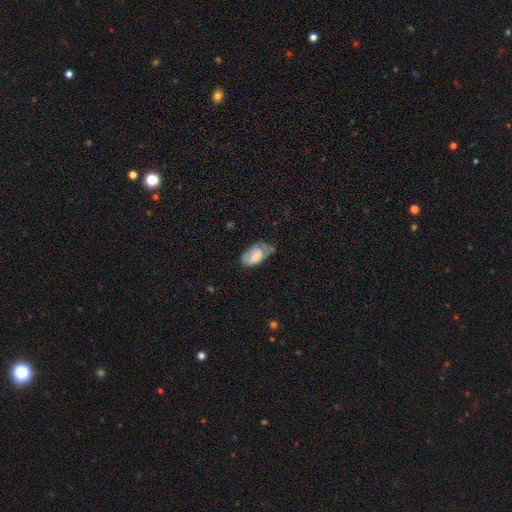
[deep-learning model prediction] Smooth or featured? Predicted: smooth (p=0.64). How rounded? Predicted: in between (p=0.93). Merging? Predicted: none (p=0.39).